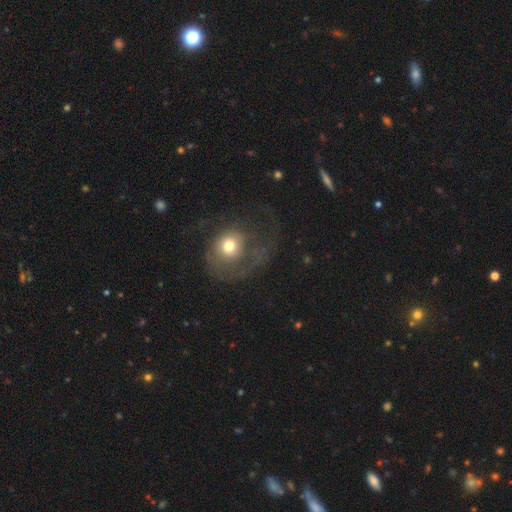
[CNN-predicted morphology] smooth-or-featured: featured or disk: 53% | smooth: 31% | star or artifact: 16%
  disk-edge-on: no: 96% | yes: 4%
    bar: no: 79% | weak: 16% | strong: 5%
    has-spiral-arms: yes: 69% | no: 31%
    bulge-size: moderate: 62% | large: 19% | small: 14% | dominant: 4% | none: 2%
  merging: none: 60% | major disturbance: 21% | minor disturbance: 17% | merger: 3%